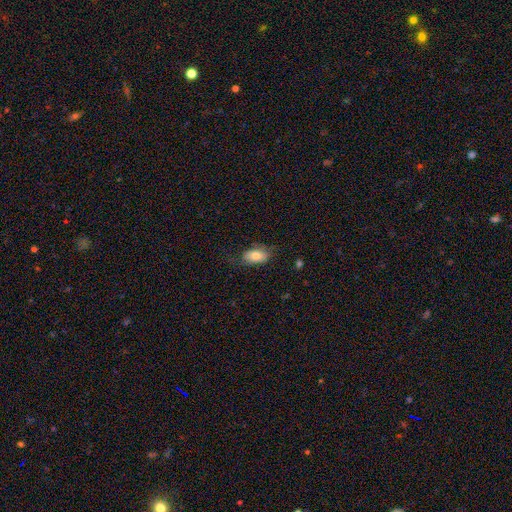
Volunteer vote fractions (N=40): A smooth galaxy with no disk features (78%) that is in between round and cigar-shaped (87%).

Vote fractions:
- Smooth or featured? smooth: 78% / featured or disk: 12% / star or artifact: 10%
- How rounded? in between: 87% / round: 10% / cigar-shaped: 3%
- Merging? none: 61% / minor disturbance: 25% / major disturbance: 14% / merger: 0%